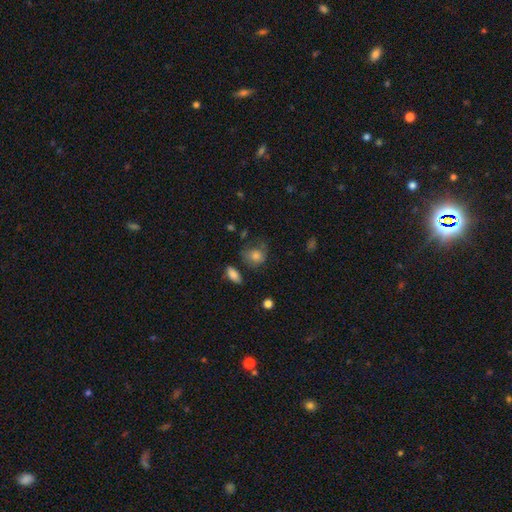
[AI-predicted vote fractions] Morphology: type=smooth (77%); roundness=round (62%); merging=none (49%).